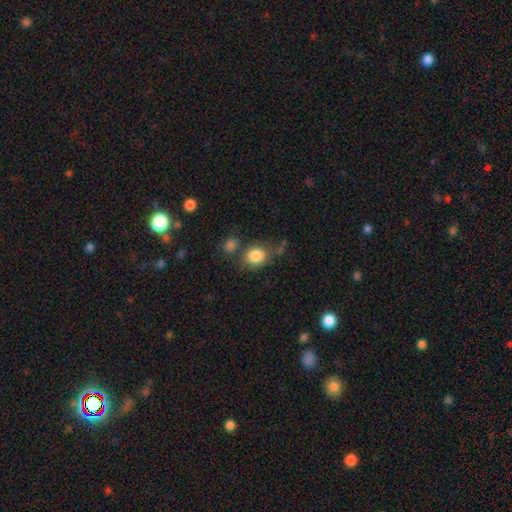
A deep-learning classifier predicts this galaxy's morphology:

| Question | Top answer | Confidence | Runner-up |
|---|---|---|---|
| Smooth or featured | smooth | 85% | star or artifact (9%) |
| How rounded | round | 59% | in between (40%) |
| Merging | none | 65% | minor disturbance (15%) |